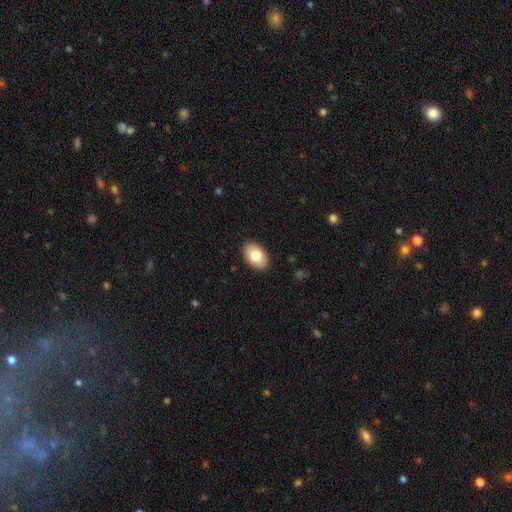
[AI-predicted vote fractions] smooth-or-featured: smooth: 81% | featured or disk: 12% | star or artifact: 7%
  how-rounded: in between: 90% | round: 9% | cigar-shaped: 1%
  merging: none: 90% | minor disturbance: 8% | major disturbance: 2% | merger: 1%